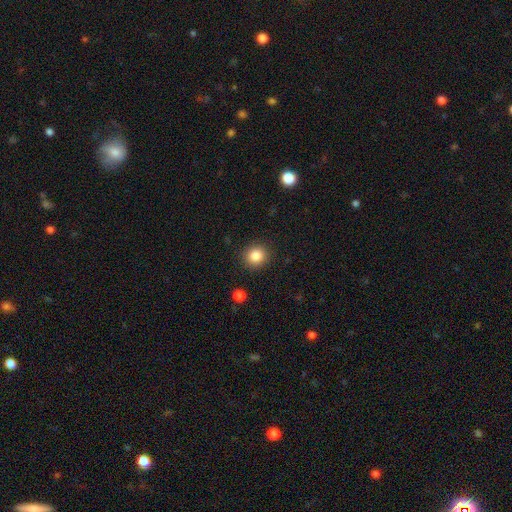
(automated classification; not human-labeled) Smooth or featured? Predicted: smooth (p=0.85). How rounded? Predicted: round (p=0.89). Merging? Predicted: none (p=0.90).